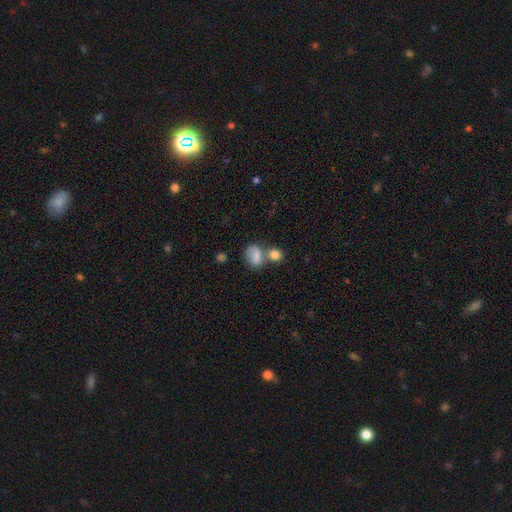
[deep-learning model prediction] smooth-or-featured: smooth: 79% | featured or disk: 11% | star or artifact: 9%
  how-rounded: in between: 57% | round: 42% | cigar-shaped: 2%
  merging: merger: 45% | none: 36% | minor disturbance: 13% | major disturbance: 6%